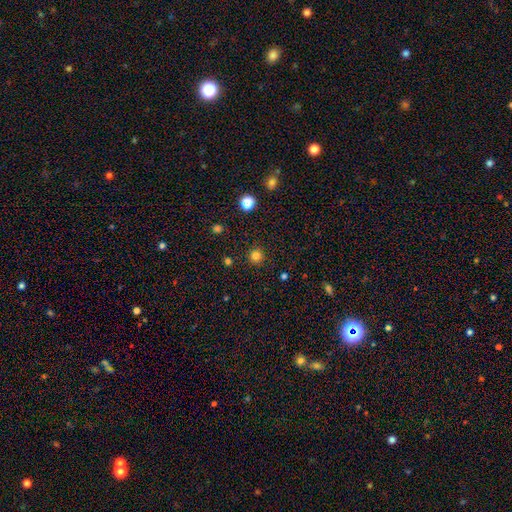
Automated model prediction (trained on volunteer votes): Smooth or featured: smooth — 81% (star or artifact — 14%)
How rounded: round — 95% (in between — 4%)
Merging: none — 92% (minor disturbance — 5%)